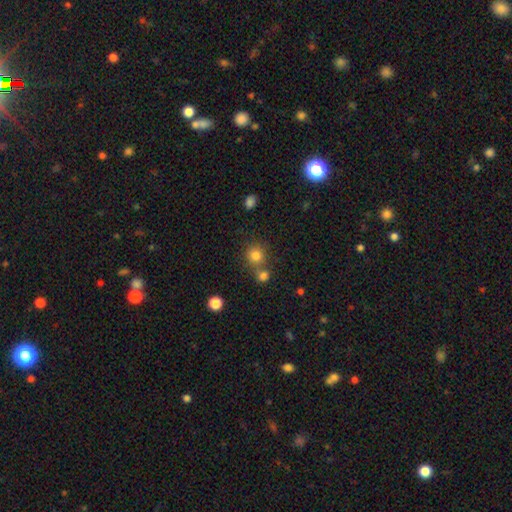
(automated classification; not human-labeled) A smooth galaxy with no disk features (80%) that is round (90%). Merging: none (63%).